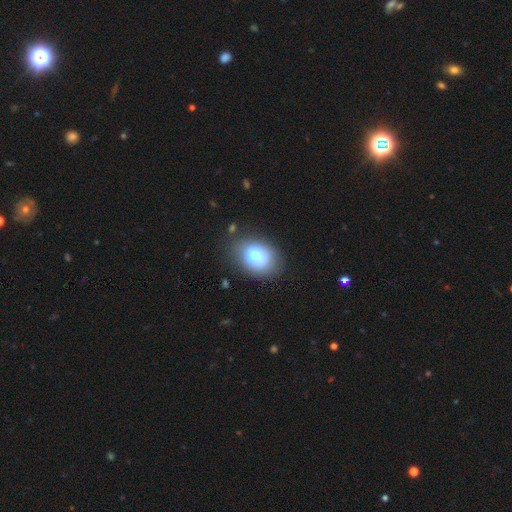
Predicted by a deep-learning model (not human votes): Q: Smooth or featured?
A: smooth (79%); runner-up: featured or disk (12%)
Q: How rounded?
A: in between (74%); runner-up: round (25%)
Q: Merging?
A: none (68%); runner-up: minor disturbance (19%)